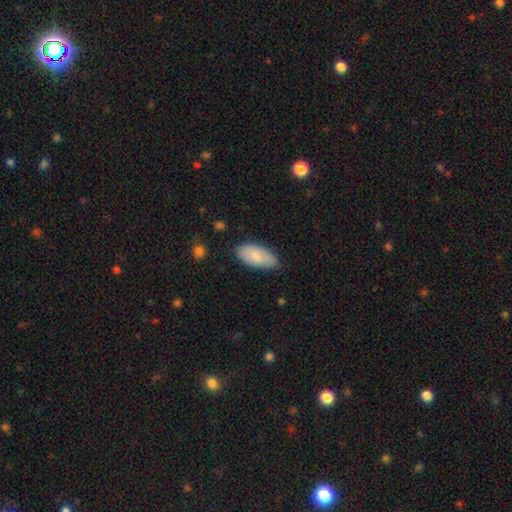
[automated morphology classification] Overall: smooth (81%). How rounded: in between (92%). Merging: none (75%).